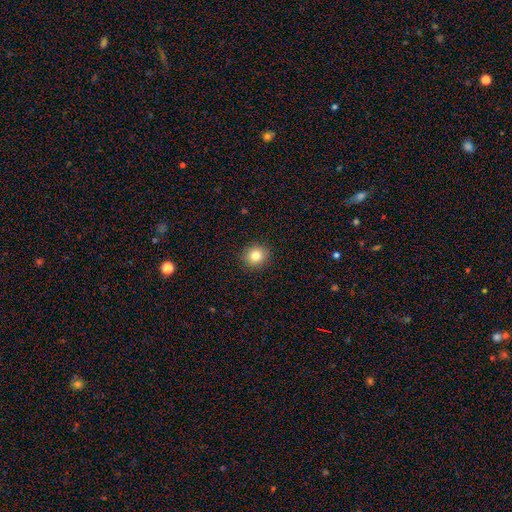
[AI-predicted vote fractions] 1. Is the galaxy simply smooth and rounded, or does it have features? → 82% smooth, 11% star or artifact, 7% featured or disk.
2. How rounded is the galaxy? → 85% round, 14% in between, 1% cigar-shaped.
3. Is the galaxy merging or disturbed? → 91% none, 6% minor disturbance, 2% major disturbance, 1% merger.